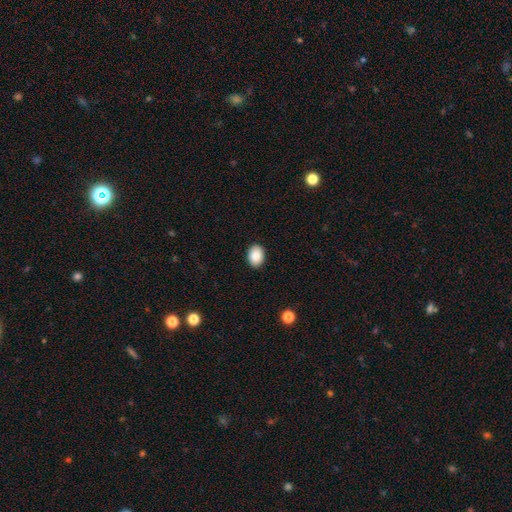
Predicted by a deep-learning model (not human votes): The model was most divided on "how rounded": in between: 73%, round: 26%, cigar-shaped: 1%. More confident: merging — none (90%); smooth or featured — smooth (88%).